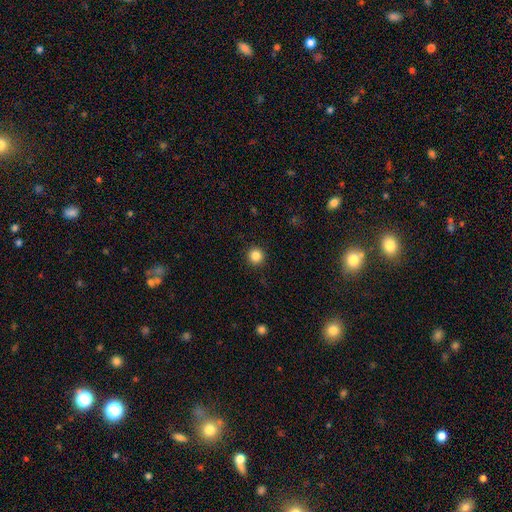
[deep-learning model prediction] smooth_or_featured: smooth (p=0.85) [alt: star or artifact p=0.11]
how_rounded: round (p=0.95) [alt: in between p=0.04]
merging: none (p=0.93) [alt: minor disturbance p=0.05]